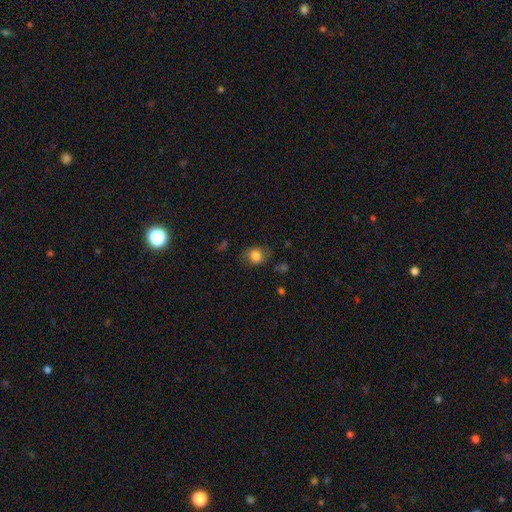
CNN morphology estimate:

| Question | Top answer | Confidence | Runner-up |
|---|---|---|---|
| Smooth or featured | smooth | 78% | featured or disk (13%) |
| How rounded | round | 58% | in between (41%) |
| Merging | none | 70% | minor disturbance (21%) |